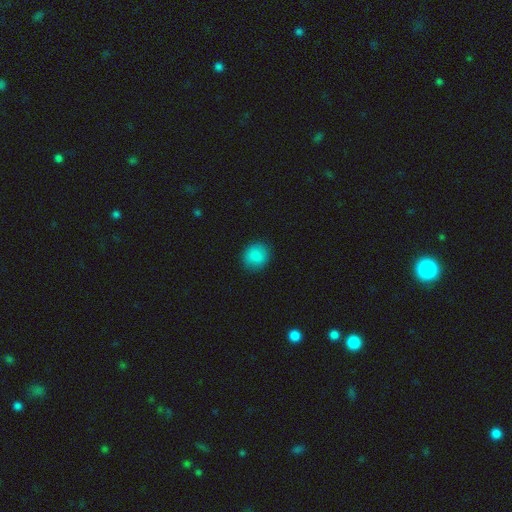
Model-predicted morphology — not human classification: The model was most divided on "how rounded": round: 78%, in between: 21%, cigar-shaped: 1%. More confident: smooth or featured — smooth (87%); merging — none (87%).